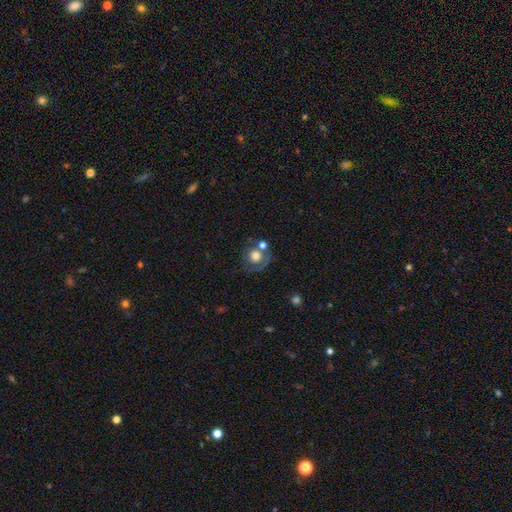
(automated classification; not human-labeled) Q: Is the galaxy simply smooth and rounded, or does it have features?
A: smooth — 62%.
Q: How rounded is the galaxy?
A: round — 84%.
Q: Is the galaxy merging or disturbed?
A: none — 46%.